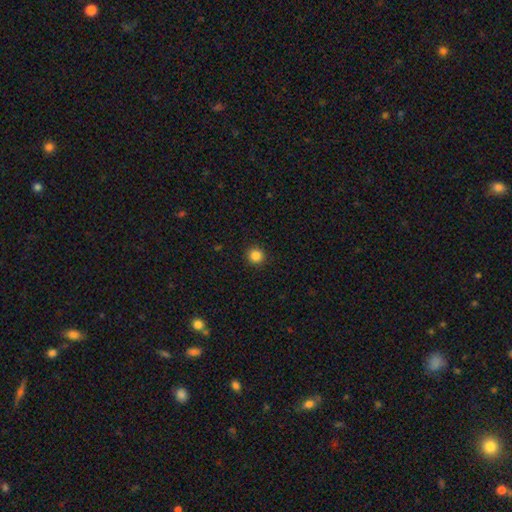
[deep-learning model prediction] This appears to be a smooth galaxy with no disk features (84%) that is round (95%). Merging: none (93%).